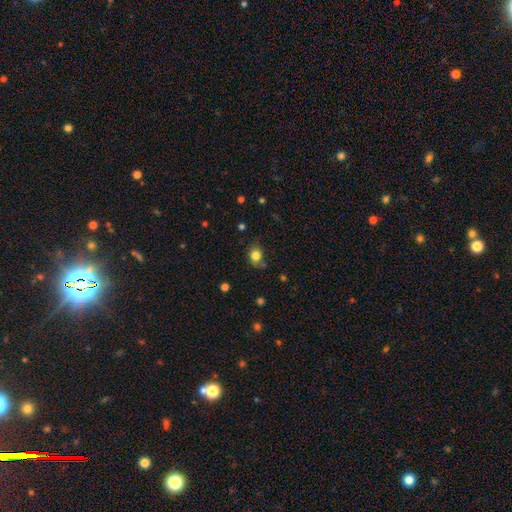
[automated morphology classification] smooth-or-featured: smooth: 81% | star or artifact: 11% | featured or disk: 8%
  how-rounded: round: 56% | in between: 43% | cigar-shaped: 1%
  merging: none: 65% | minor disturbance: 24% | major disturbance: 7% | merger: 4%